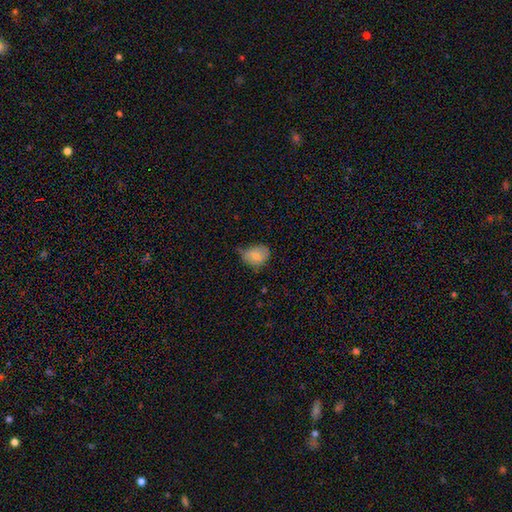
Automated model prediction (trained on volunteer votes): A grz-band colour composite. It shows a smooth galaxy with no disk features (78%) that is in between round and cigar-shaped (57%). Merging: minor disturbance (44%).